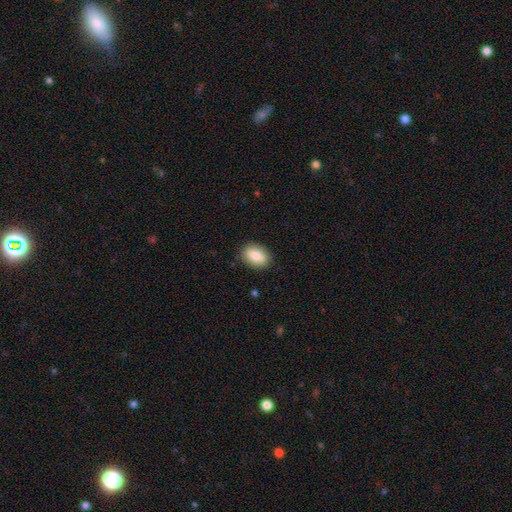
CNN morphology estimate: A smooth galaxy with no disk features (83%) that is in between round and cigar-shaped (83%). Merging: none (87%).